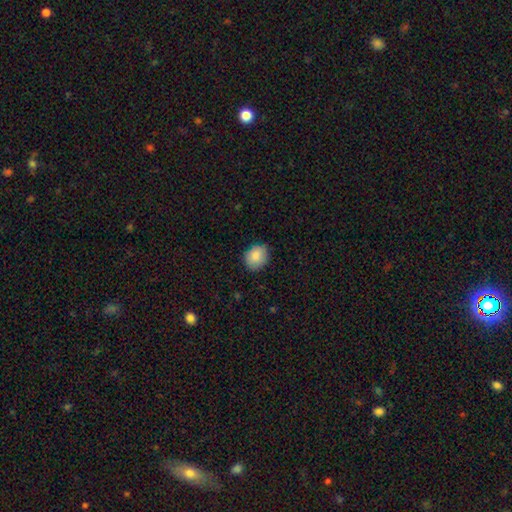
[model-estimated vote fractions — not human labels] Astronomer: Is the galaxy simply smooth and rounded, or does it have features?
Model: smooth — 87%.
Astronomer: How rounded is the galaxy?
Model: round — 56% (runner-up: in between, 44%).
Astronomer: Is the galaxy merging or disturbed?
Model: none — 80%.